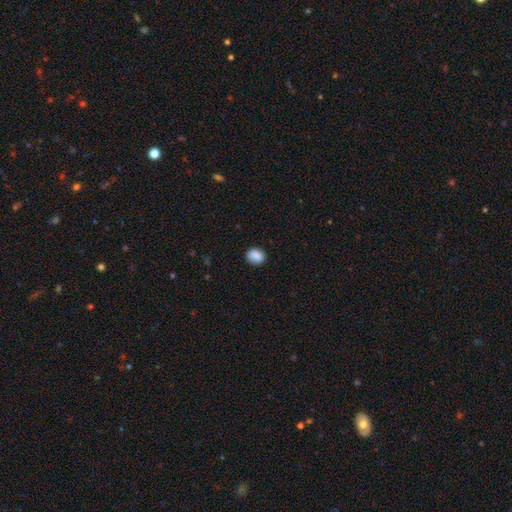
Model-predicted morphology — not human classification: A smooth galaxy with no disk features (86%) that is round (57%). Merging: none (82%).